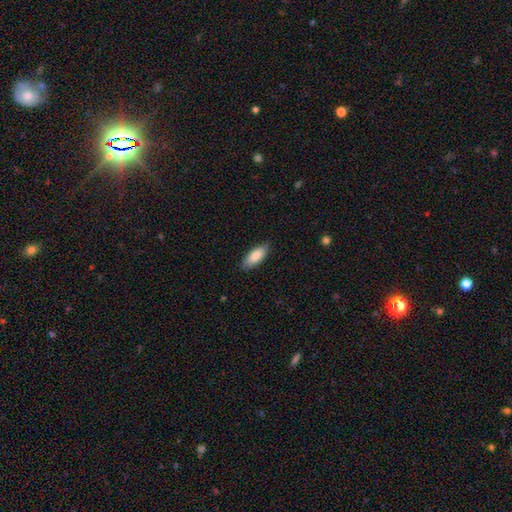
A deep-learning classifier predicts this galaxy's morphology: smooth 83%, featured or disk 11%, star or artifact 6%. Down the decision tree: how rounded — in between (79%); merging — none (85%).